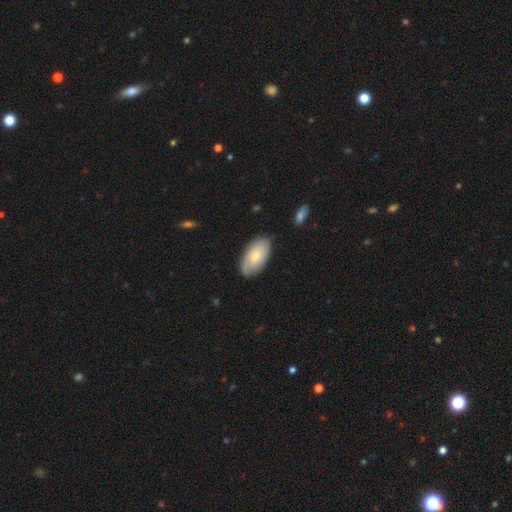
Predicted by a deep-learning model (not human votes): smooth-or-featured: smooth: 56% | featured or disk: 38% | star or artifact: 6%
  how-rounded: in between: 94% | round: 4% | cigar-shaped: 2%
  merging: none: 75% | minor disturbance: 19% | major disturbance: 4% | merger: 2%